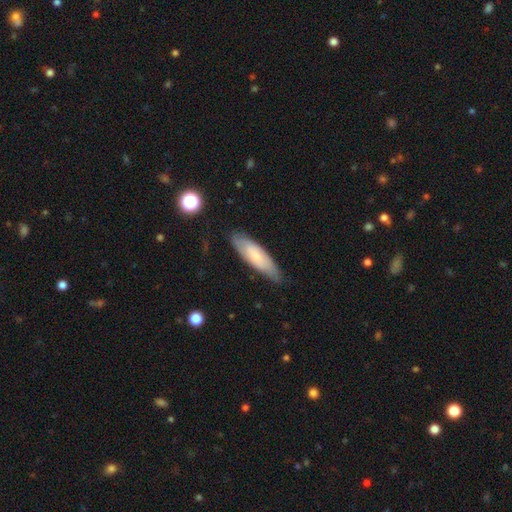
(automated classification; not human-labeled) Morphology: type=smooth (64%); roundness=cigar-shaped (56%); merging=none (76%).